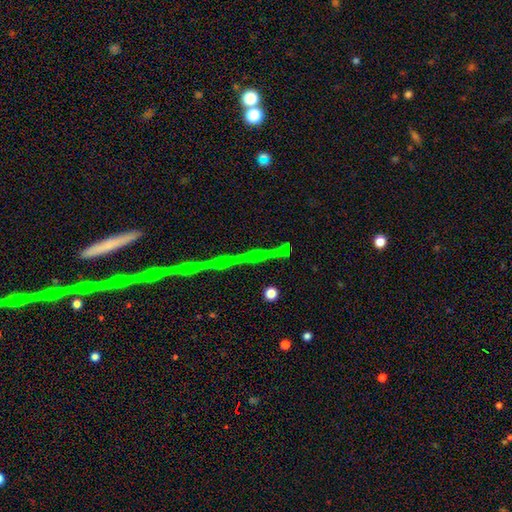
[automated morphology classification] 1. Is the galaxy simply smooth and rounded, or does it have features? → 67% star or artifact, 22% featured or disk, 11% smooth.